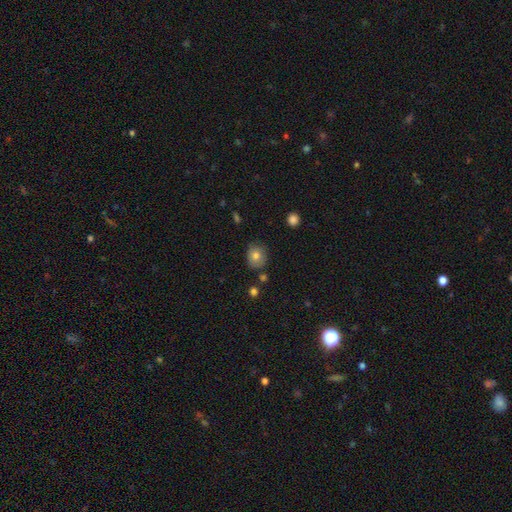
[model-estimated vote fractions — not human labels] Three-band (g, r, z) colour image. It shows a smooth galaxy with no disk features (77%) that is round (72%). Merging: none (76%).